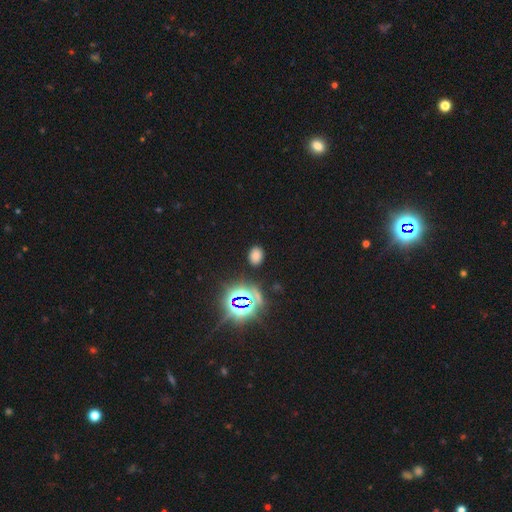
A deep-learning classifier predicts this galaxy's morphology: type=smooth (67%); roundness=in between (71%); merging=none (87%).